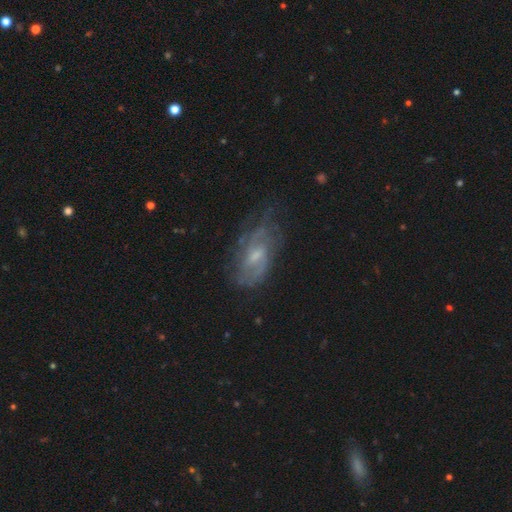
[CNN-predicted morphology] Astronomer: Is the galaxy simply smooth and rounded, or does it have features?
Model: featured or disk — 66%.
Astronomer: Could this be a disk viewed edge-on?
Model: no — 92%.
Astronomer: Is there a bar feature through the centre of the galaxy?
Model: weak — 46% (runner-up: no, 45%).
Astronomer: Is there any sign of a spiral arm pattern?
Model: yes — 78%.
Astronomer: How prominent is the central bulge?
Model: small — 47% (runner-up: moderate, 40%).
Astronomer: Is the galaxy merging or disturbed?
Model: none — 57%.